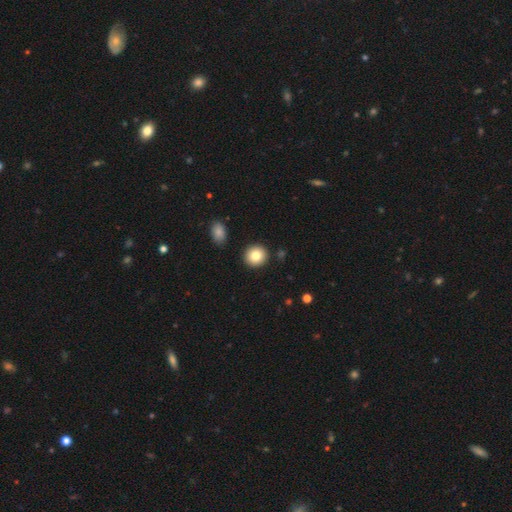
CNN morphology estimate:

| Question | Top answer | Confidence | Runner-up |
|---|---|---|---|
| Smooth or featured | smooth | 83% | featured or disk (9%) |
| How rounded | round | 88% | in between (11%) |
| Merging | none | 90% | minor disturbance (6%) |